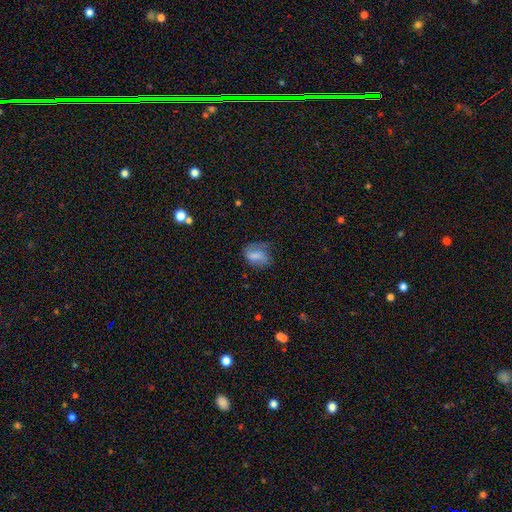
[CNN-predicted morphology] Smooth or featured? smooth (59%)
How rounded? in between (74%)
Merging? none (48%)